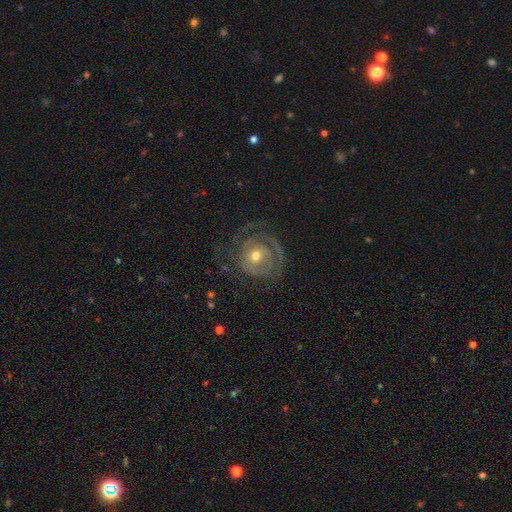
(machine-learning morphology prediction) A featured or disk galaxy (80%) with no bar (78%), tight (66%) spiral arms (89%) and a moderate central bulge (59%).

Vote fractions:
- Smooth or featured? featured or disk: 80% / smooth: 14% / star or artifact: 6%
- Edge-on disk? no: 97% / yes: 3%
- Bar? no: 78% / weak: 17% / strong: 5%
- Spiral arms? yes: 89% / no: 11%
- Spiral winding? tight: 66% / medium: 25% / loose: 9%
- Spiral arm count? can't tell: 29% / 2: 28% / 3: 17% / 1: 14% / 4: 6% / more than 4: 5%
- Bulge size? moderate: 59% / small: 36% / large: 3% / none: 1% / dominant: 1%
- Merging? none: 64% / minor disturbance: 17% / major disturbance: 17% / merger: 1%